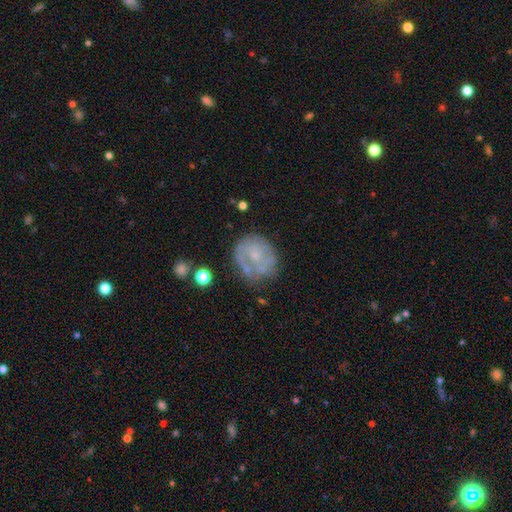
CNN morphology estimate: Smooth or featured: featured or disk — 62% (smooth — 30%)
Edge-on disk: no — 98% (yes — 2%)
Bar: no — 79% (weak — 18%)
Spiral arms: yes — 64% (no — 36%)
Bulge size: small — 67% (moderate — 19%)
Merging: none — 55% (minor disturbance — 25%)